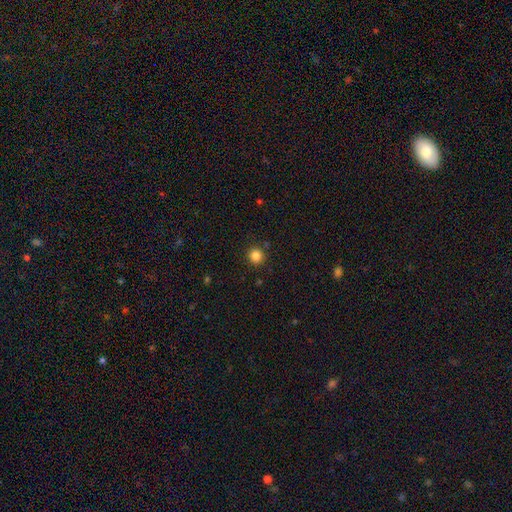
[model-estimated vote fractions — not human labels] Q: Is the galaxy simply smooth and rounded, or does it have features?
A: smooth — 84%.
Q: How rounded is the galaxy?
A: round — 93%.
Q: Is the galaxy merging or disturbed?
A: none — 89%.